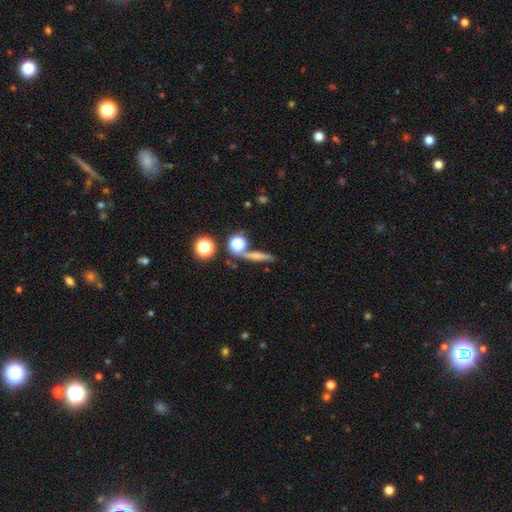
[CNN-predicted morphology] Smooth or featured? smooth (54%)
How rounded? cigar-shaped (64%)
Merging? none (69%)